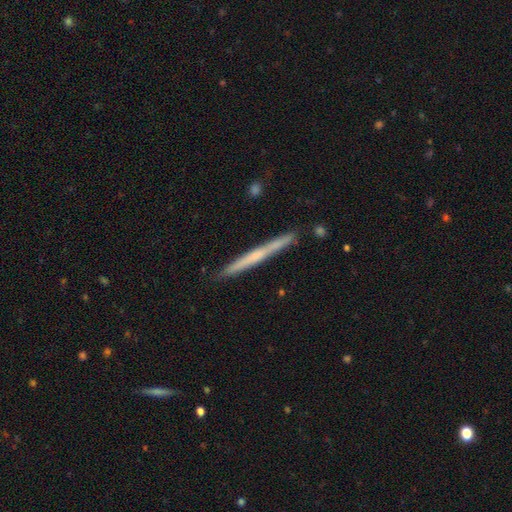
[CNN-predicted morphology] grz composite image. It shows a featured or disk galaxy (51%) viewed edge-on (97%). Merging: none (89%).